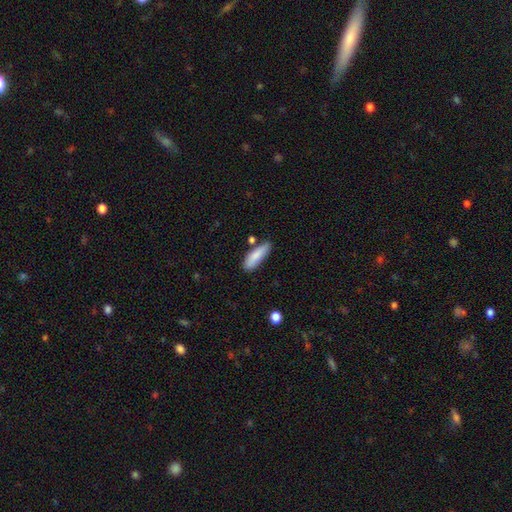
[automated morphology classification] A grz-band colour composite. It shows a smooth galaxy with no disk features (85%) that is cigar-shaped (49%, tied with in between). Merging: none (71%).